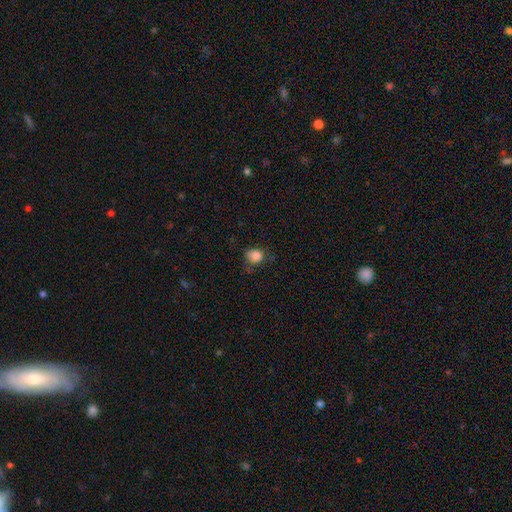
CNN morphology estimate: smooth-or-featured: smooth: 84% | star or artifact: 10% | featured or disk: 5%
  how-rounded: round: 72% | in between: 27% | cigar-shaped: 1%
  merging: none: 61% | minor disturbance: 27% | major disturbance: 10% | merger: 2%